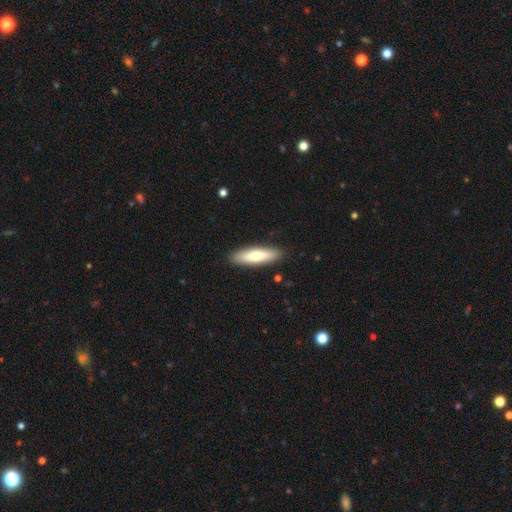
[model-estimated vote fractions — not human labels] smooth-or-featured: smooth: 71% | featured or disk: 24% | star or artifact: 5%
  how-rounded: cigar-shaped: 63% | in between: 35% | round: 2%
  merging: none: 90% | minor disturbance: 8% | major disturbance: 2% | merger: 1%